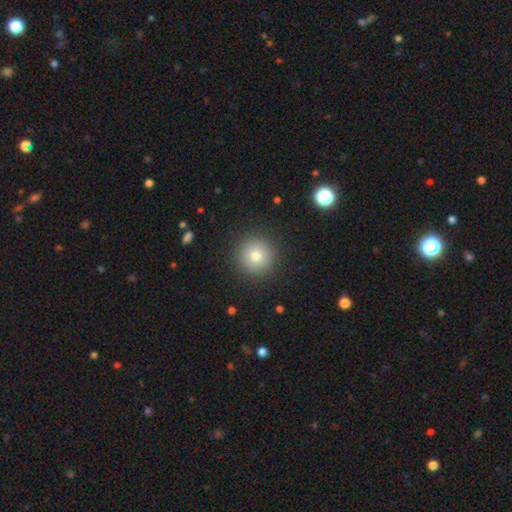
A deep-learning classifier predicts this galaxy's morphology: The model was most divided on "smooth or featured": smooth: 78%, star or artifact: 13%, featured or disk: 9%. More confident: how rounded — round (96%); merging — none (92%).